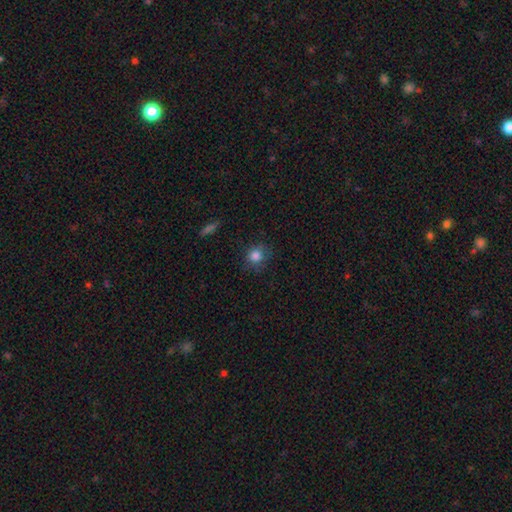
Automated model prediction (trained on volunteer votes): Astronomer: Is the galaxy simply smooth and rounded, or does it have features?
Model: smooth — 83%.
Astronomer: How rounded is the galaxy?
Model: round — 80%.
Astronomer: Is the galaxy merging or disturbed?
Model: none — 75%.